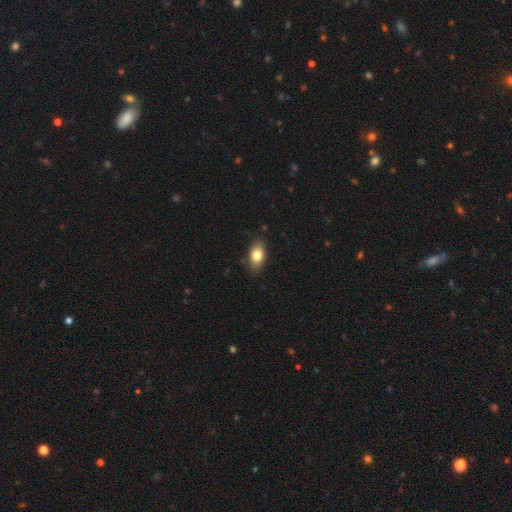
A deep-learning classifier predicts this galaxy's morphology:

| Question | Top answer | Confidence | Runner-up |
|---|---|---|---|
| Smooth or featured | smooth | 81% | featured or disk (12%) |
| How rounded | in between | 86% | round (9%) |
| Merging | none | 82% | minor disturbance (14%) |